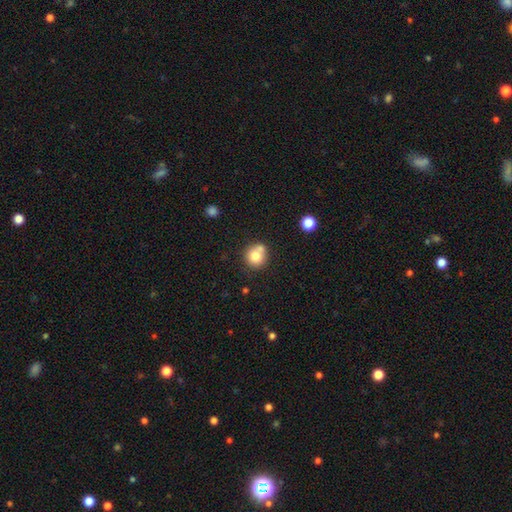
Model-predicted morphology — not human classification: This appears to be a smooth galaxy with no disk features (78%) that is round (89%). Merging: none (57%).